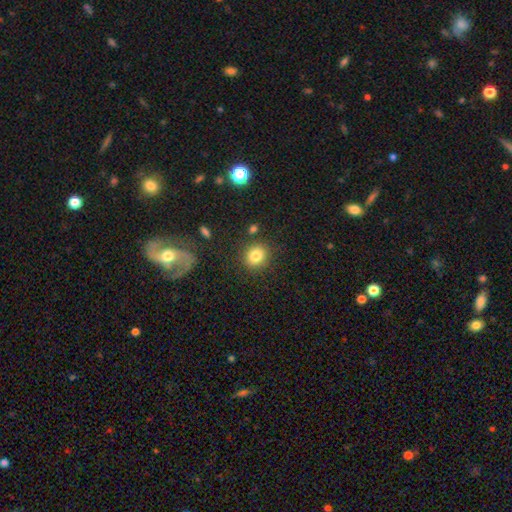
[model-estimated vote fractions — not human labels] Q: Smooth or featured?
A: smooth (83%); runner-up: star or artifact (10%)
Q: How rounded?
A: round (79%); runner-up: in between (20%)
Q: Merging?
A: none (84%); runner-up: minor disturbance (9%)